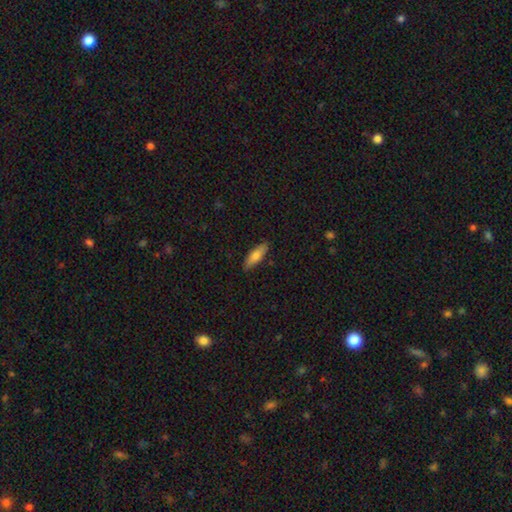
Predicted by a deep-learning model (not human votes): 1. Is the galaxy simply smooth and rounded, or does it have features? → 71% smooth, 23% featured or disk, 6% star or artifact.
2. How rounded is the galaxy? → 53% in between, 45% cigar-shaped, 2% round.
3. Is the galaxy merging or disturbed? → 86% none, 11% minor disturbance, 2% major disturbance, 1% merger.